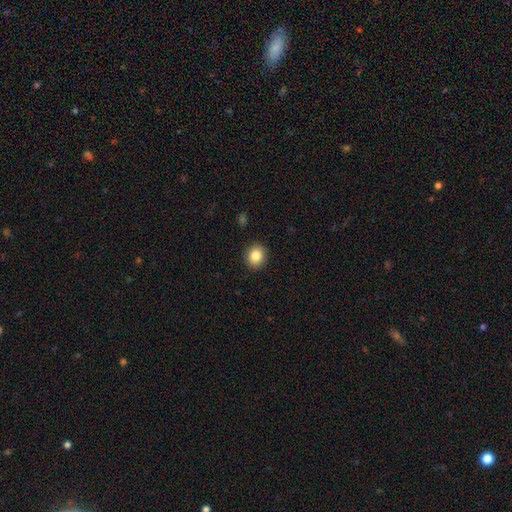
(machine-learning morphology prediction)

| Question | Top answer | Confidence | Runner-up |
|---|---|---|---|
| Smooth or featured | smooth | 85% | star or artifact (9%) |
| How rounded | round | 76% | in between (23%) |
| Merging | none | 91% | minor disturbance (6%) |